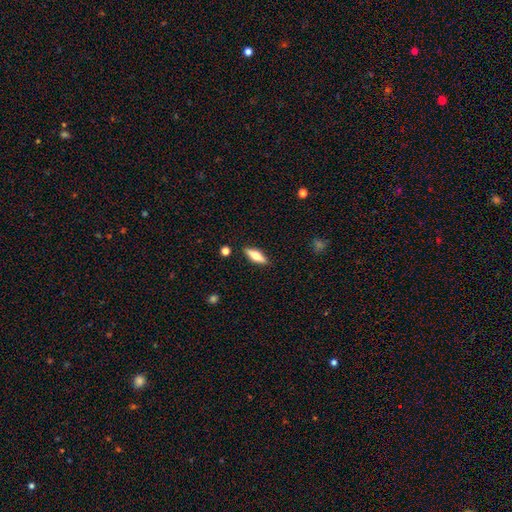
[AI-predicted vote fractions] smooth_or_featured: smooth (p=0.53) [alt: featured or disk p=0.40]
how_rounded: cigar-shaped (p=0.50) [alt: in between p=0.48]
merging: none (p=0.88) [alt: minor disturbance p=0.08]